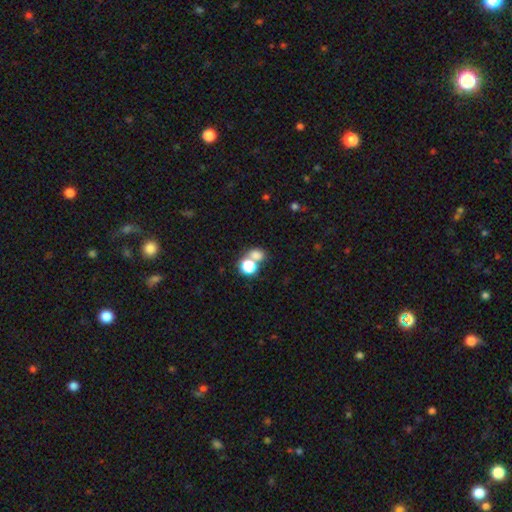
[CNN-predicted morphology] A smooth galaxy with no disk features (72%) that is round (61%). Merging: merger (45%).